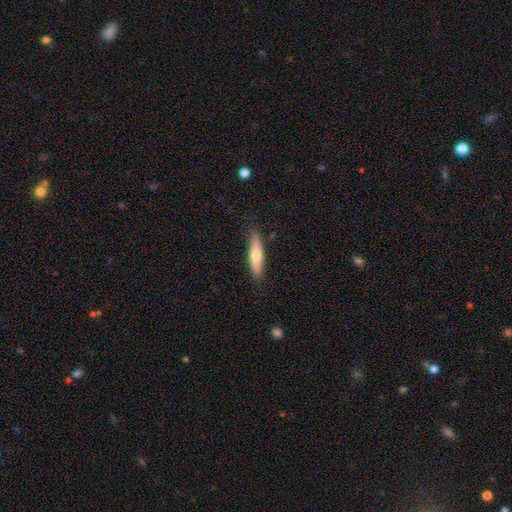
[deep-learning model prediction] smooth_or_featured: smooth (p=0.61) [alt: featured or disk p=0.33]
how_rounded: cigar-shaped (p=0.77) [alt: in between p=0.21]
merging: none (p=0.86) [alt: minor disturbance p=0.11]